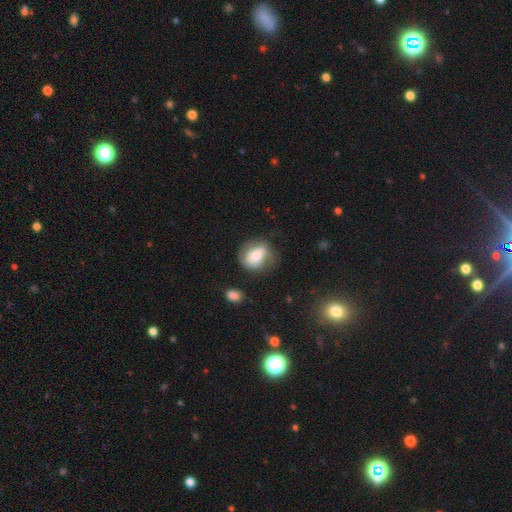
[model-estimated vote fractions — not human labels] A smooth galaxy with no disk features (52%) that is round (56%). Merging: none (61%).